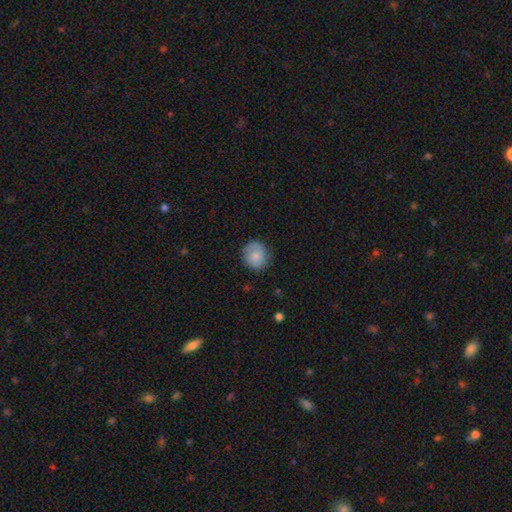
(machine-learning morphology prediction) smooth-or-featured: smooth: 74% | featured or disk: 18% | star or artifact: 7%
  how-rounded: round: 84% | in between: 15% | cigar-shaped: 1%
  merging: none: 77% | minor disturbance: 18% | major disturbance: 4% | merger: 1%